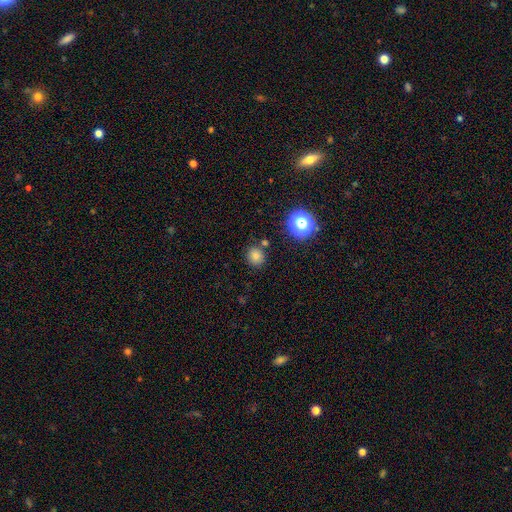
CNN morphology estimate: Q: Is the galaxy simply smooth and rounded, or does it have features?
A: smooth — 77%.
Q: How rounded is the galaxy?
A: round — 85%.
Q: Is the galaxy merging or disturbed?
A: none — 81%.